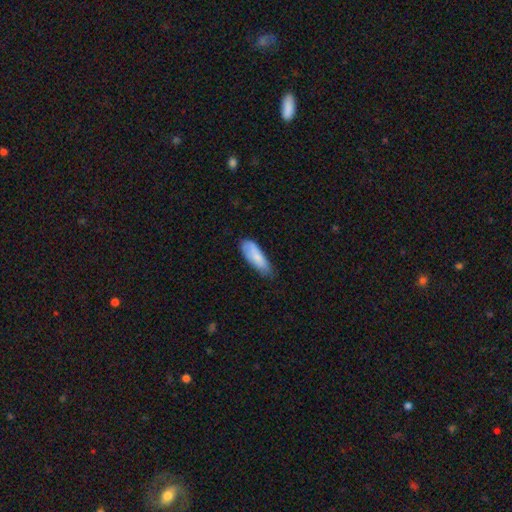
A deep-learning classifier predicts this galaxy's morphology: A smooth galaxy with no disk features (78%) that is in between round and cigar-shaped (65%). Merging: none (58%).